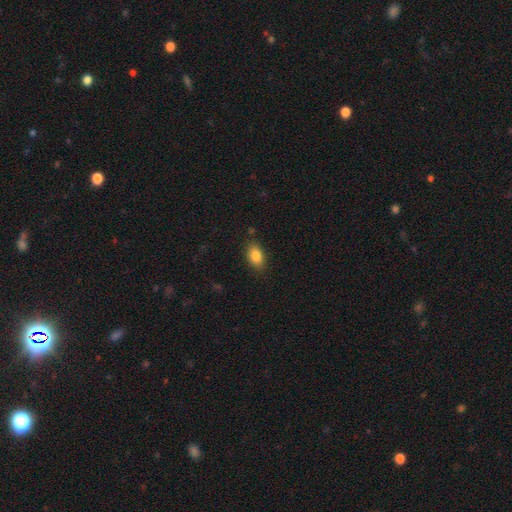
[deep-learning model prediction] A smooth galaxy with no disk features (85%) that is in between round and cigar-shaped (89%). Merging: none (85%).